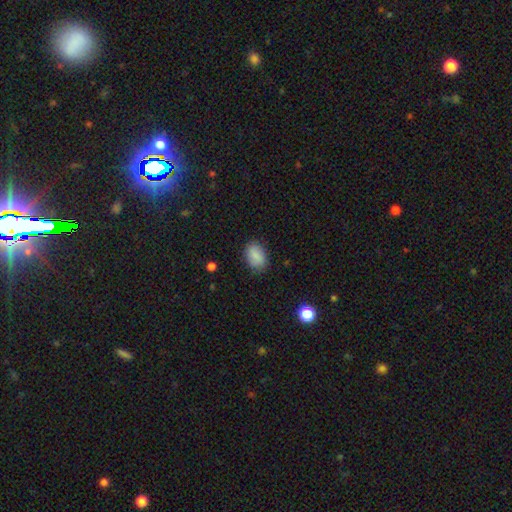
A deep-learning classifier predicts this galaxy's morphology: Smooth or featured: smooth — 83% (featured or disk — 9%)
How rounded: in between — 83% (round — 16%)
Merging: none — 81% (minor disturbance — 15%)